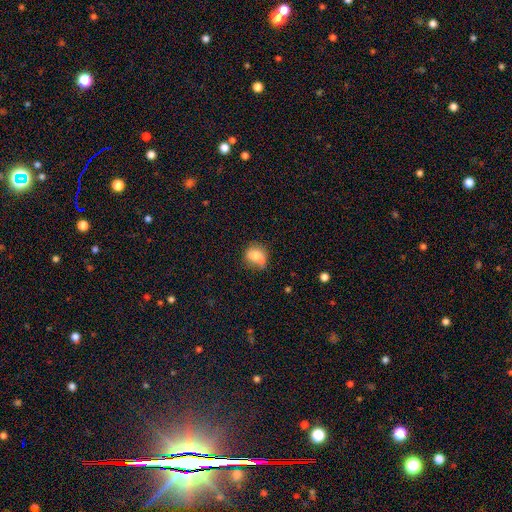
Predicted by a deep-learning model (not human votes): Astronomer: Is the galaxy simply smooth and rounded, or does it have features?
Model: smooth — 75%.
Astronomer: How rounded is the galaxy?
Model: round — 71%.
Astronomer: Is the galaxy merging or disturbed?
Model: none — 49% (runner-up: minor disturbance, 25%).